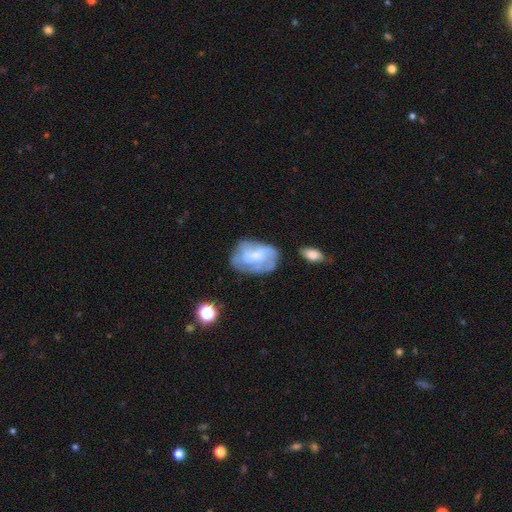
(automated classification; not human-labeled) Smooth or featured?
  - featured or disk: 57% *
  - smooth: 35%
  - star or artifact: 8%
Edge-on disk?
  - no: 97% *
  - yes: 3%
Bar?
  - no: 66% *
  - weak: 29%
  - strong: 5%
Spiral arms?
  - yes: 64% *
  - no: 36%
Bulge size?
  - small: 43% *
  - moderate: 30%
  - none: 20%
  - large: 5%
  - dominant: 2%
Merging?
  - none: 54% *
  - minor disturbance: 26%
  - major disturbance: 15%
  - merger: 5%